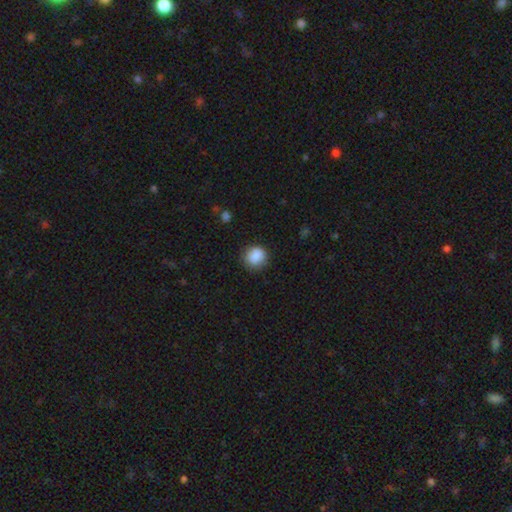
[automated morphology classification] The model was most divided on "merging": none: 84%, minor disturbance: 12%, major disturbance: 3%, merger: 1%. More confident: smooth or featured — smooth (88%); how rounded — round (86%).